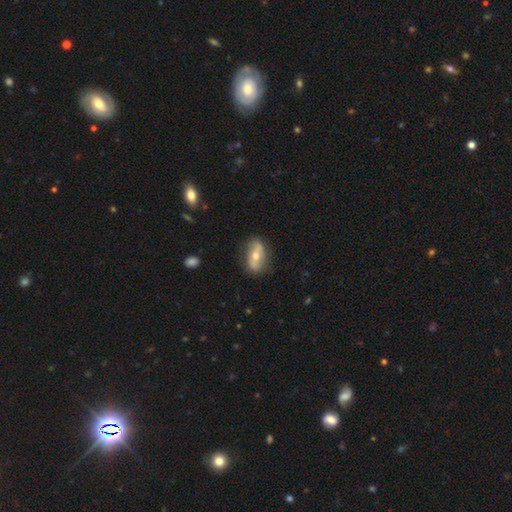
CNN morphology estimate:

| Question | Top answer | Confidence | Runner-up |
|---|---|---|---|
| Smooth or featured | featured or disk | 54% | smooth (38%) |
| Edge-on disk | no | 83% | yes (17%) |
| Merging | none | 80% | minor disturbance (15%) |